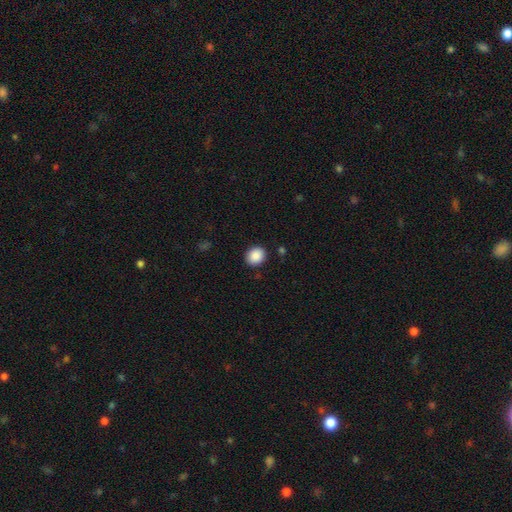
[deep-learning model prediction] This is clearly a smooth galaxy (89%). How rounded: likely round (66%). Merging: clearly none (90%).